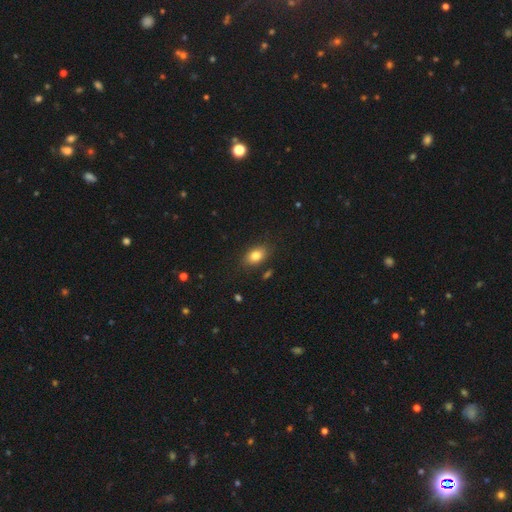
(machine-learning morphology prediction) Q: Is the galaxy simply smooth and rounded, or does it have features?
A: smooth — 81%.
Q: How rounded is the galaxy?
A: in between — 81%.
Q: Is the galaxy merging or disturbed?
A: none — 83%.